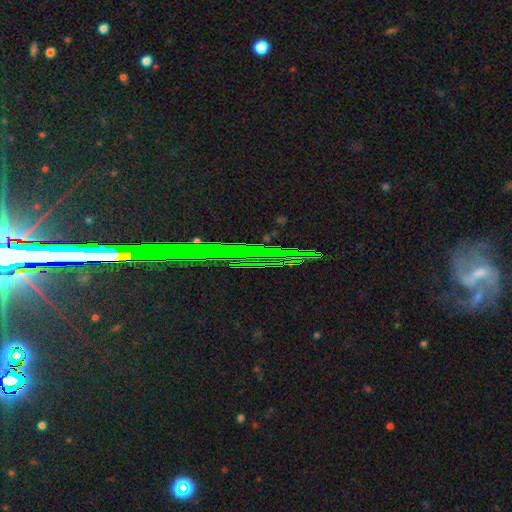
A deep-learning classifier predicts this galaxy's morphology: Smooth or featured? star or artifact (76%)